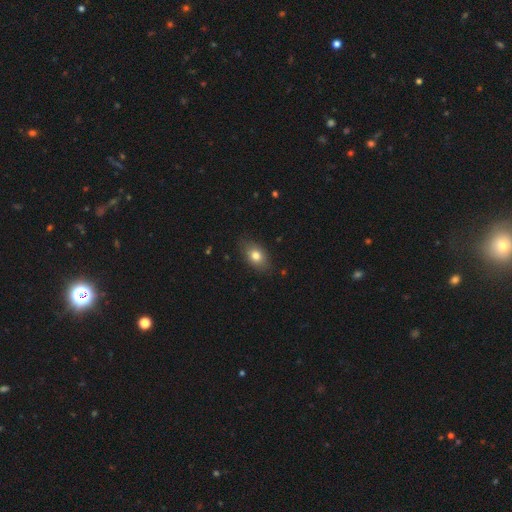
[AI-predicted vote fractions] A smooth galaxy with no disk features (78%) that is in between round and cigar-shaped (82%). Merging: none (81%).